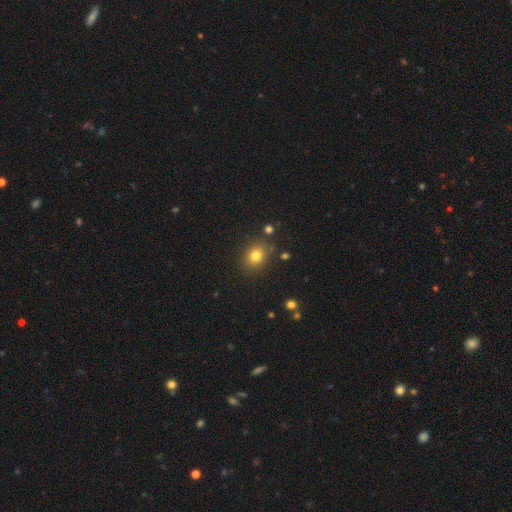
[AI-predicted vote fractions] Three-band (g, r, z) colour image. It shows a smooth galaxy with no disk features (78%) that is round (62%). Merging: none (84%).